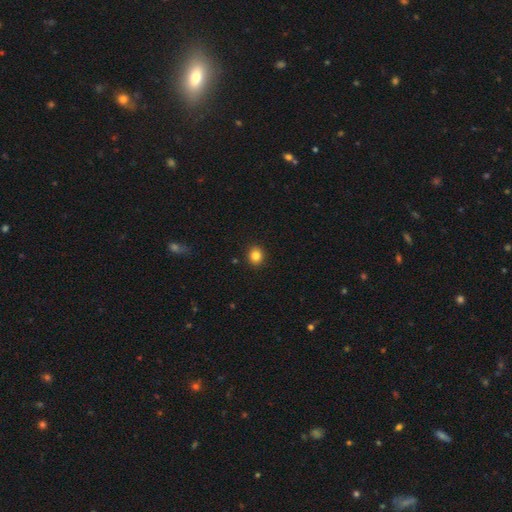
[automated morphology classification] smooth 84%, star or artifact 11%, featured or disk 5%. Down the decision tree: how rounded — round (81%); merging — none (92%).